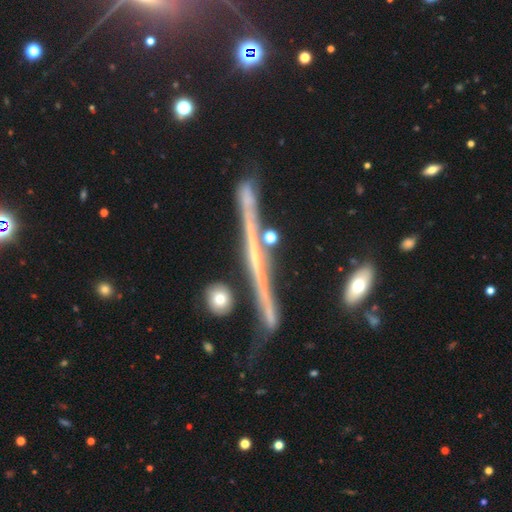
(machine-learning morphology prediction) type=featured or disk (77%); edge-on=yes (96%); edge-on bulge=none (67%); merging=none (70%).